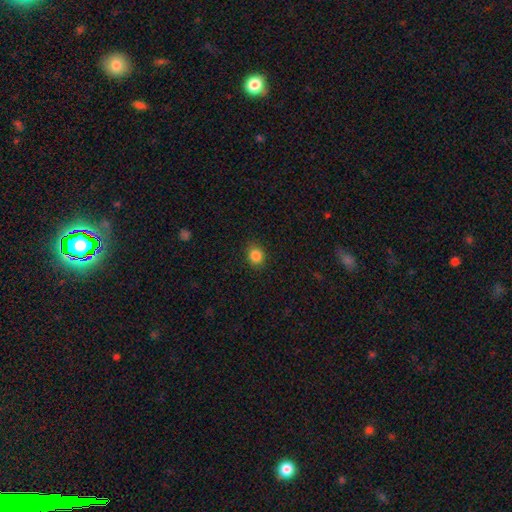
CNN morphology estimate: smooth-or-featured: smooth: 85% | star or artifact: 11% | featured or disk: 4%
  how-rounded: round: 62% | in between: 37% | cigar-shaped: 1%
  merging: none: 87% | minor disturbance: 10% | major disturbance: 3% | merger: 1%